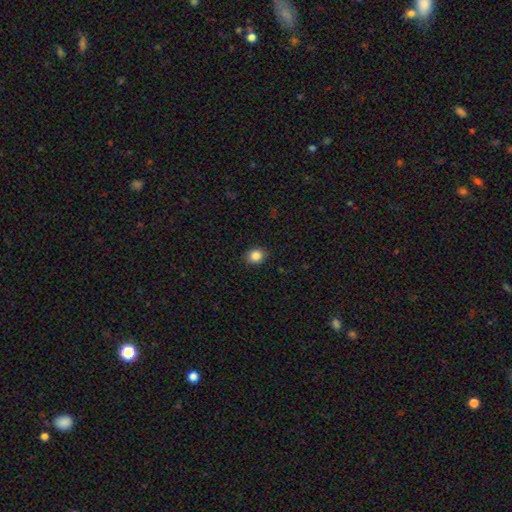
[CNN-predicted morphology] Overall: smooth (86%). How rounded: round (64%; in between 35%). Merging: none (89%).